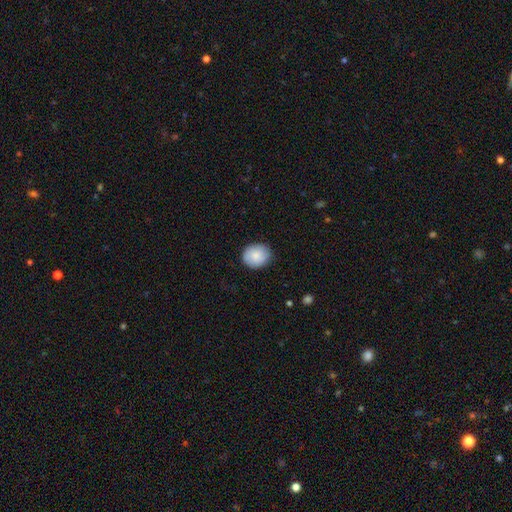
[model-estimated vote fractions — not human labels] This appears to be a smooth galaxy with no disk features (84%) that is round (73%). Merging: none (86%).